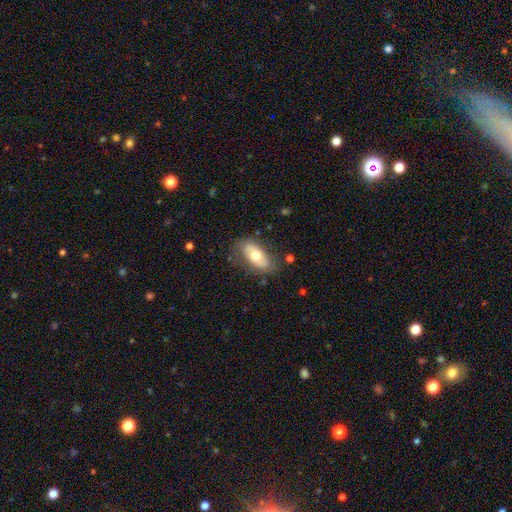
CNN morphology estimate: type=smooth (61%); roundness=in between (89%); merging=none (74%).